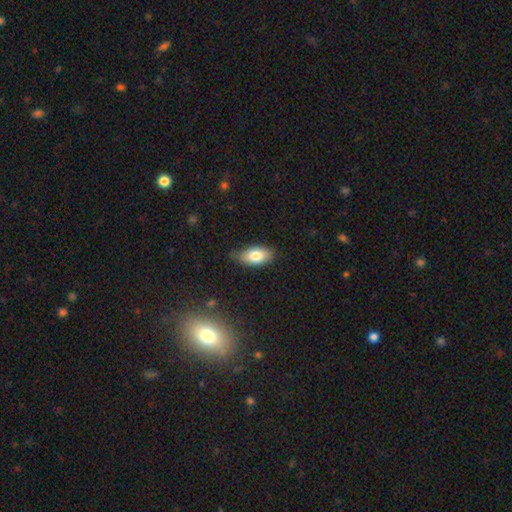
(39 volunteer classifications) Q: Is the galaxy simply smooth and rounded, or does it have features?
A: smooth — 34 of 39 (87%).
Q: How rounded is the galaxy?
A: in between — 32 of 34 (94%).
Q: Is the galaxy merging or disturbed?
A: none — 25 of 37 (68%).